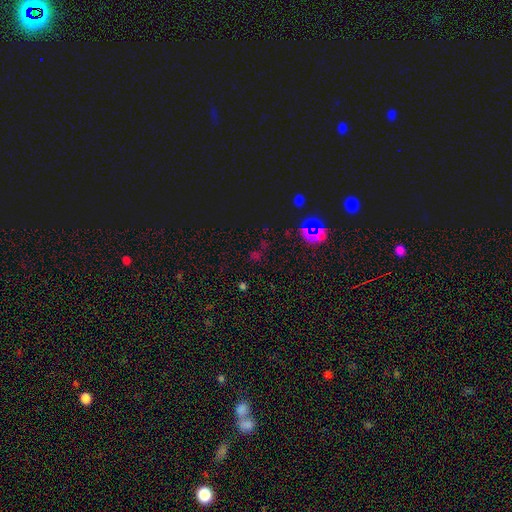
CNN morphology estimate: The model was most divided on "smooth or featured": star or artifact: 66%, smooth: 26%, featured or disk: 8%.